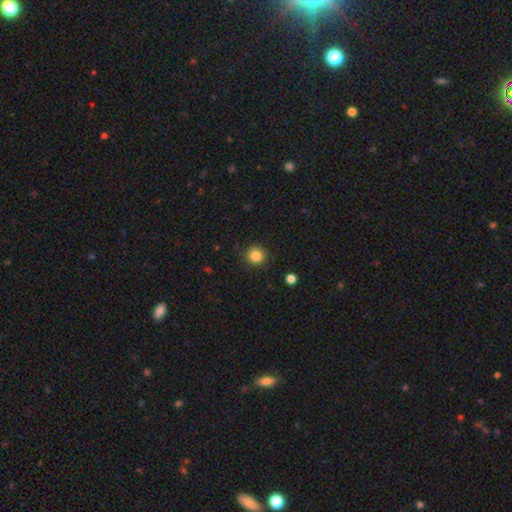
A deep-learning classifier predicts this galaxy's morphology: Q: Smooth or featured?
A: smooth (84%); runner-up: star or artifact (11%)
Q: How rounded?
A: round (92%); runner-up: in between (7%)
Q: Merging?
A: none (89%); runner-up: minor disturbance (7%)